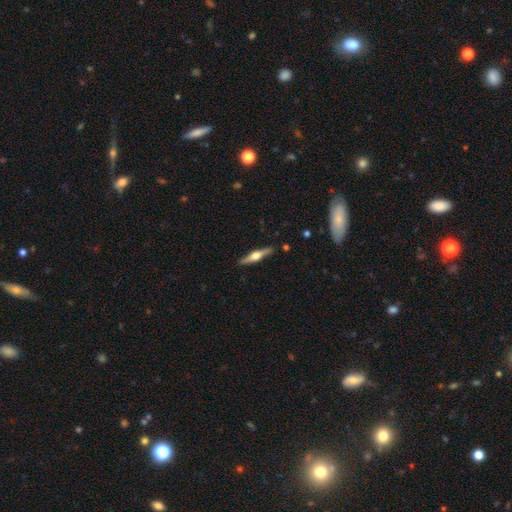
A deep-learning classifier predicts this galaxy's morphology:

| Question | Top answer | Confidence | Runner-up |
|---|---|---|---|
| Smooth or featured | featured or disk | 70% | smooth (25%) |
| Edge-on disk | yes | 97% | no (3%) |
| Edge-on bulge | rounded | 92% | boxy (6%) |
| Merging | none | 89% | minor disturbance (8%) |